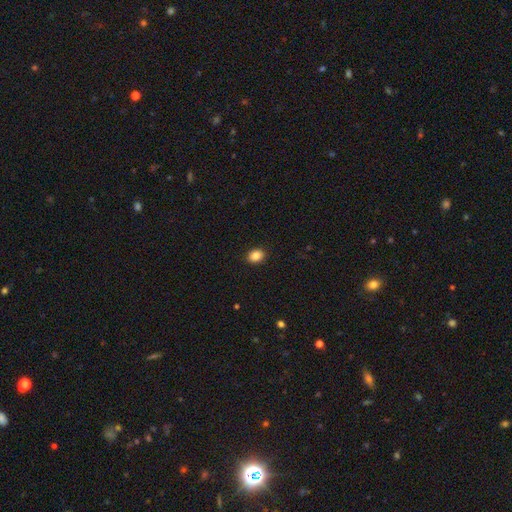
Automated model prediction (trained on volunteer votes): Smooth or featured? Predicted: smooth (p=0.87). How rounded? Predicted: in between (p=0.62). Merging? Predicted: none (p=0.91).